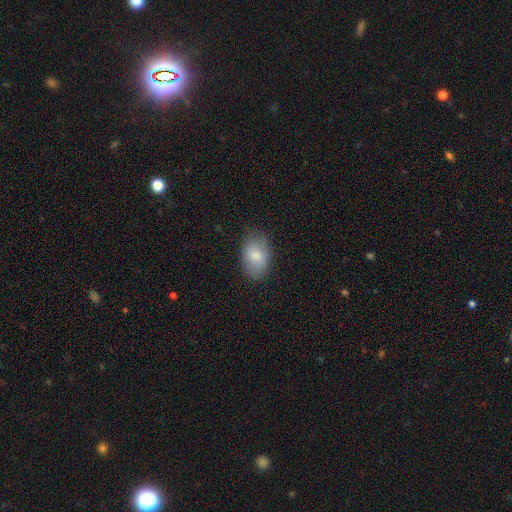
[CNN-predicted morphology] Smooth or featured? Predicted: smooth (p=0.80). How rounded? Predicted: in between (p=0.87). Merging? Predicted: none (p=0.77).